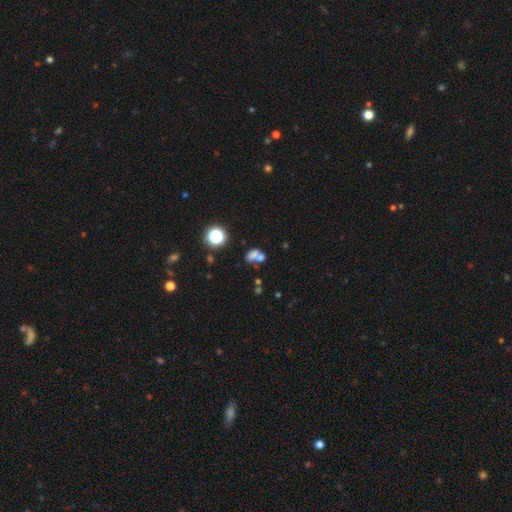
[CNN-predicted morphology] Overall: smooth (61%). How rounded: in between (63%; round 34%). Merging: merger (55%; none 27%).